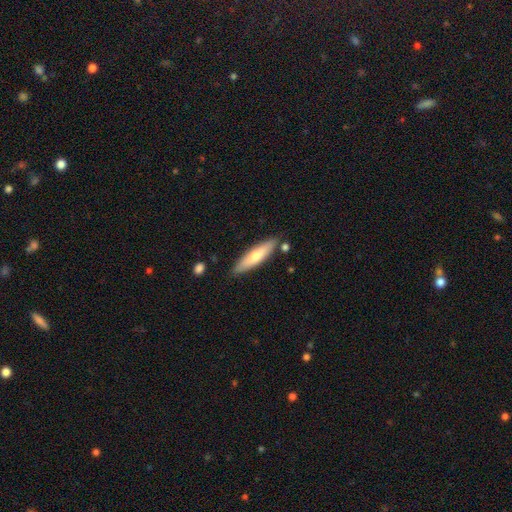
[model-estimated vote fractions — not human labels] Morphology: type=smooth (64%); roundness=cigar-shaped (77%); merging=none (84%).